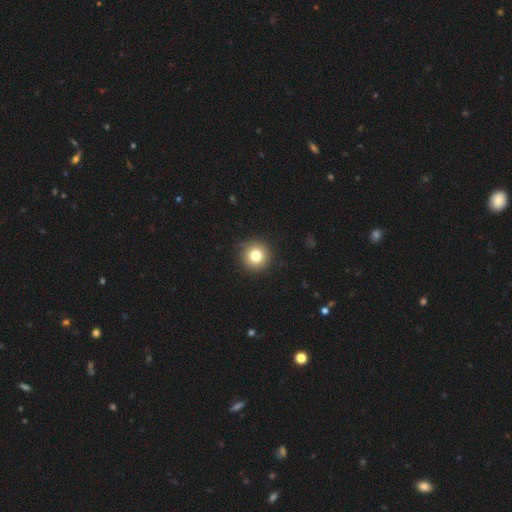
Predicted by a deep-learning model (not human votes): Smooth or featured? smooth (82%)
How rounded? round (95%)
Merging? none (90%)